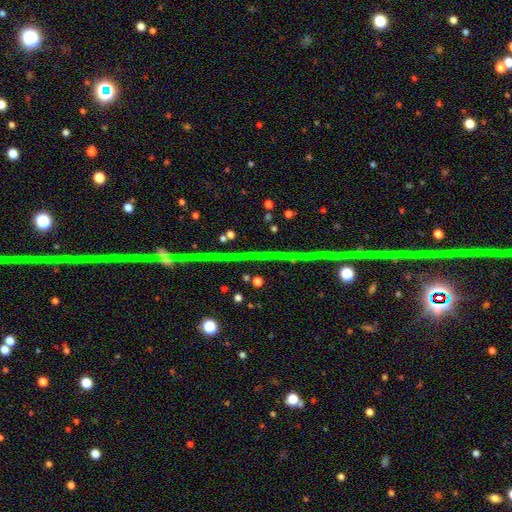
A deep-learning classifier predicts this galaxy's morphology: Q: Smooth or featured?
A: star or artifact (77%); runner-up: featured or disk (17%)